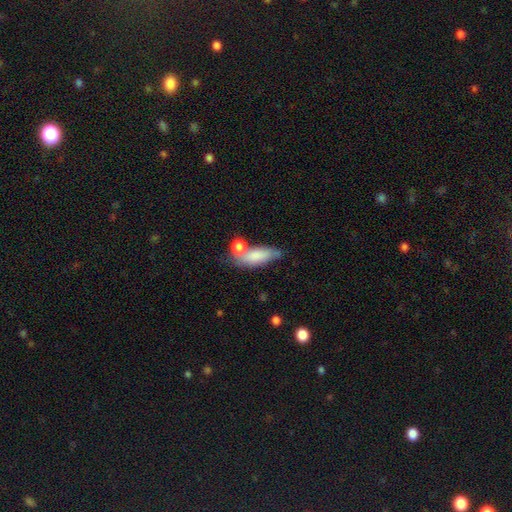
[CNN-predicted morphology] type=smooth (78%); roundness=in between (66%); merging=none (44%).